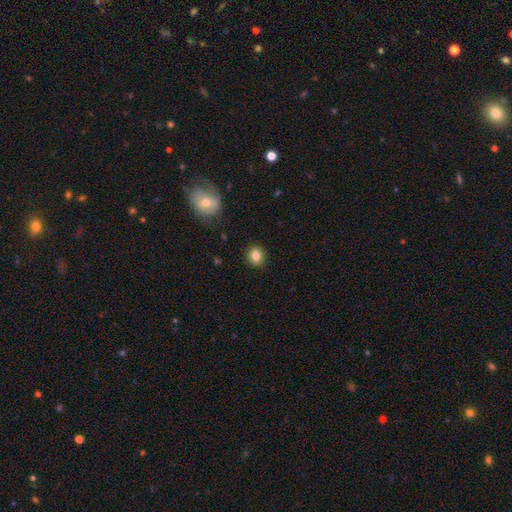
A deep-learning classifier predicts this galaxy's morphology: smooth 83%, star or artifact 10%, featured or disk 6%. Down the decision tree: how rounded — round (68%); merging — none (90%).